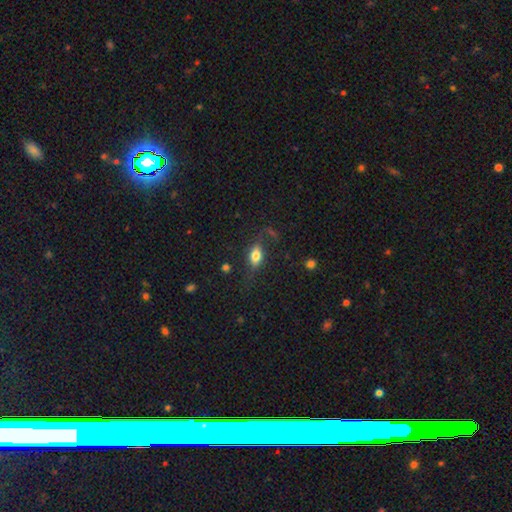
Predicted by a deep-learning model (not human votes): smooth-or-featured: smooth: 72% | featured or disk: 19% | star or artifact: 9%
  how-rounded: in between: 82% | round: 10% | cigar-shaped: 8%
  merging: none: 65% | minor disturbance: 19% | major disturbance: 13% | merger: 3%